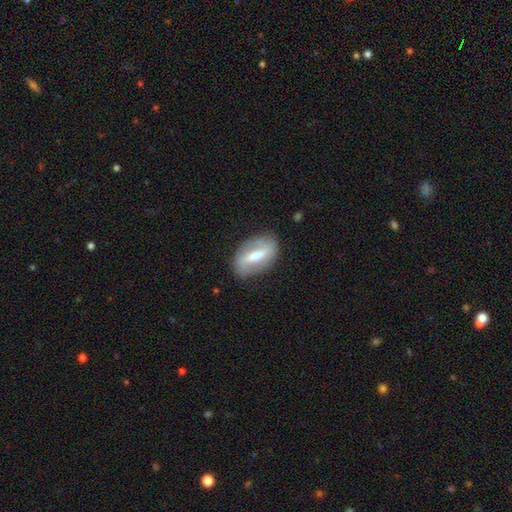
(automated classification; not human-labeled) Smooth or featured?
  - featured or disk: 57% *
  - smooth: 36%
  - star or artifact: 6%
Edge-on disk?
  - no: 89% *
  - yes: 11%
Bar?
  - strong: 57% *
  - weak: 33%
  - no: 10%
Spiral arms?
  - yes: 54% *
  - no: 46%
Bulge size?
  - moderate: 57% *
  - small: 21%
  - large: 16%
  - none: 5%
  - dominant: 2%
Merging?
  - none: 80% *
  - minor disturbance: 14%
  - major disturbance: 5%
  - merger: 1%